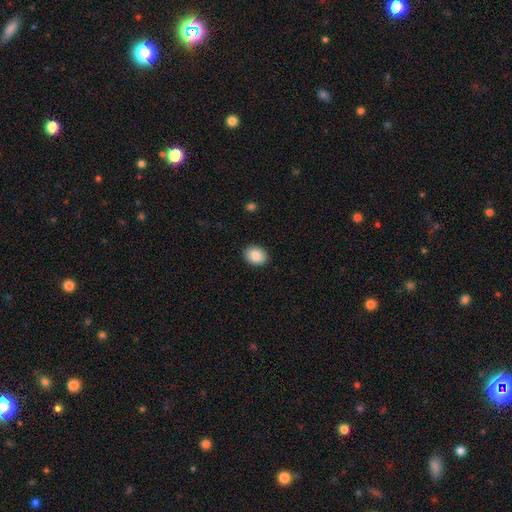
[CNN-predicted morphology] Smooth or featured?
  - smooth: 88% *
  - star or artifact: 7%
  - featured or disk: 5%
How rounded?
  - in between: 61% *
  - round: 38%
  - cigar-shaped: 1%
Merging?
  - none: 89% *
  - minor disturbance: 8%
  - major disturbance: 2%
  - merger: 1%